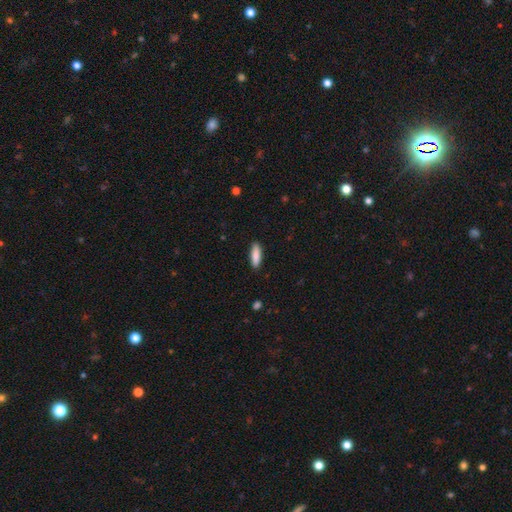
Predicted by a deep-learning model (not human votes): The model was most divided on "how rounded": cigar-shaped: 50%, in between: 49%, round: 2%. More confident: merging — none (89%); smooth or featured — smooth (88%).